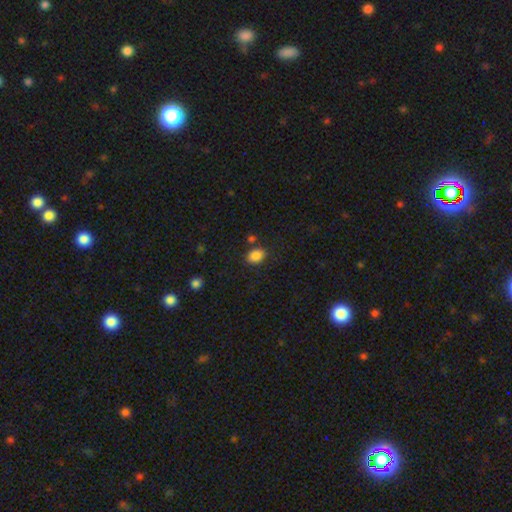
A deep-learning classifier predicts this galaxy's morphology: smooth 86%, star or artifact 9%, featured or disk 4%. Down the decision tree: how rounded — in between (70%); merging — none (79%).